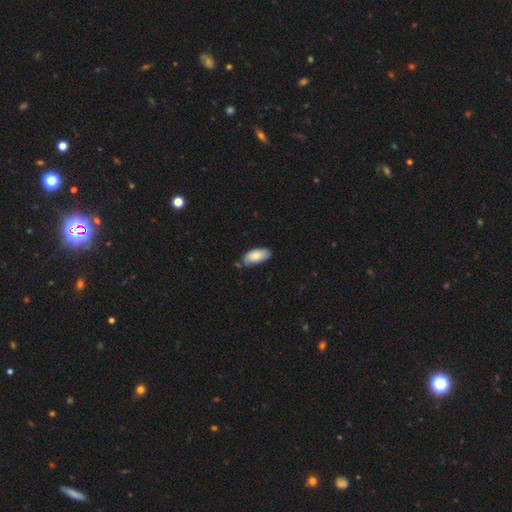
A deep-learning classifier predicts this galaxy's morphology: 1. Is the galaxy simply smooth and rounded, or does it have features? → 80% smooth, 14% featured or disk, 6% star or artifact.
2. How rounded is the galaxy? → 93% in between, 5% cigar-shaped, 2% round.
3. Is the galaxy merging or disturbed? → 65% none, 26% minor disturbance, 5% merger, 4% major disturbance.